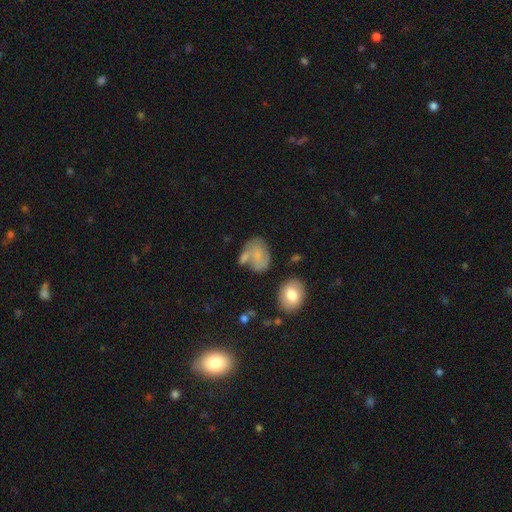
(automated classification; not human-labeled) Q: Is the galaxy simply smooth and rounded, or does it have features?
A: smooth — 63%.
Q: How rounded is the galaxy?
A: in between — 71%.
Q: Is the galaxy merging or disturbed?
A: none — 43%.